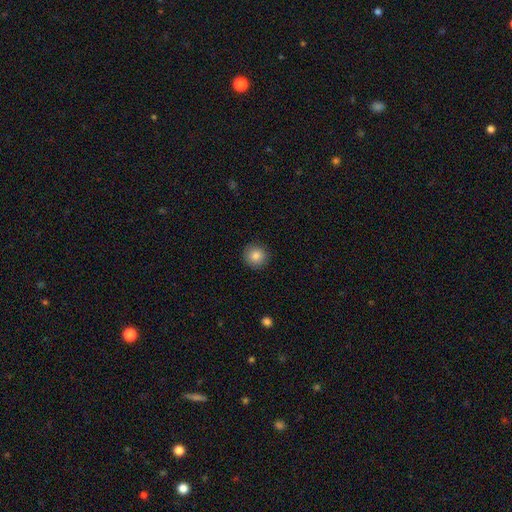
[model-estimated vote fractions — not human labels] Q: Smooth or featured?
A: smooth (85%); runner-up: star or artifact (9%)
Q: How rounded?
A: round (92%); runner-up: in between (7%)
Q: Merging?
A: none (91%); runner-up: minor disturbance (6%)